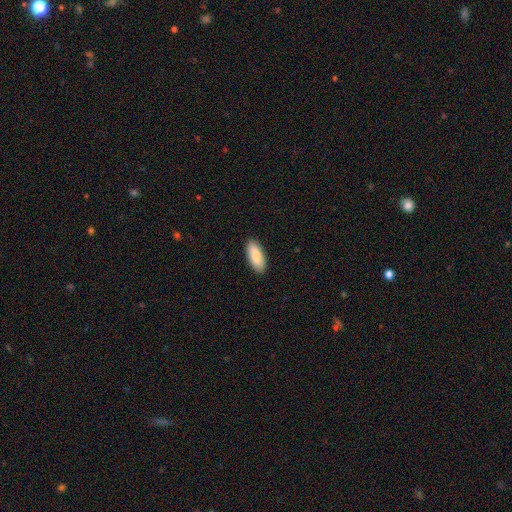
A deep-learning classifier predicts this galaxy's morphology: smooth_or_featured: smooth (p=0.86) [alt: featured or disk p=0.08]
how_rounded: in between (p=0.79) [alt: cigar-shaped p=0.19]
merging: none (p=0.90) [alt: minor disturbance p=0.07]